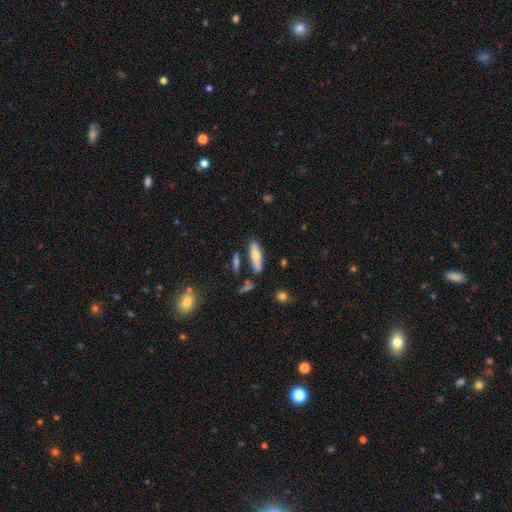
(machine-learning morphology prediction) smooth 65%, featured or disk 29%, star or artifact 7%. Down the decision tree: how rounded — cigar-shaped (60%); merging — none (77%).